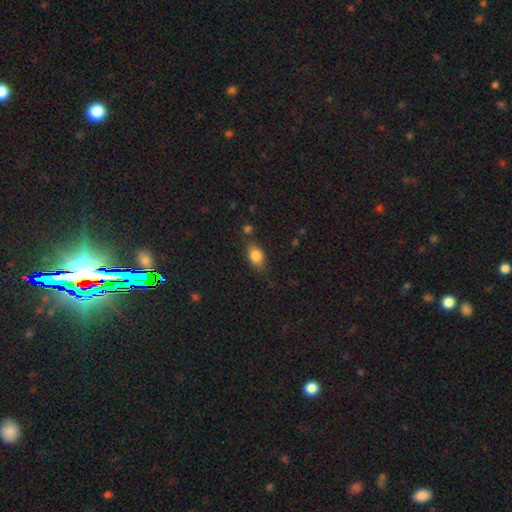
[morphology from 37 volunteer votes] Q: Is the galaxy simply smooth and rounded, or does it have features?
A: smooth — 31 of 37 (84%).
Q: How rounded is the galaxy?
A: in between — 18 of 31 (58%).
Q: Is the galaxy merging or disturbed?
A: none — 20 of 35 (57%).